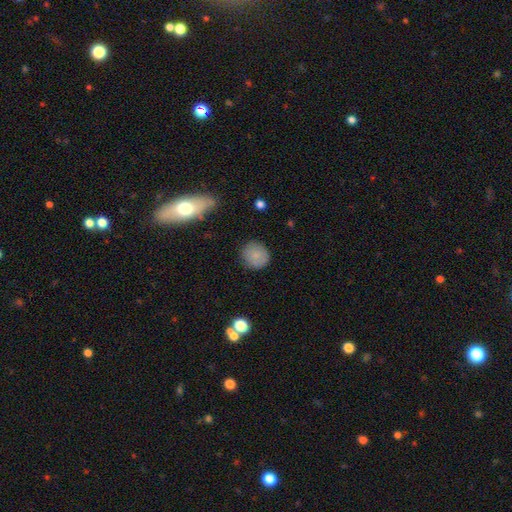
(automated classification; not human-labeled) Morphology: type=smooth (83%); roundness=round (85%); merging=none (84%).